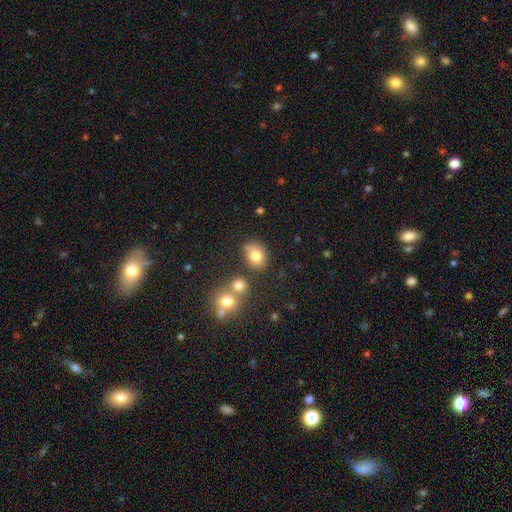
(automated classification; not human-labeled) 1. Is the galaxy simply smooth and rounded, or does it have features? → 79% smooth, 12% star or artifact, 9% featured or disk.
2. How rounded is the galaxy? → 56% round, 43% in between, 1% cigar-shaped.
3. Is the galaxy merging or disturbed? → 67% none, 15% merger, 14% minor disturbance, 4% major disturbance.